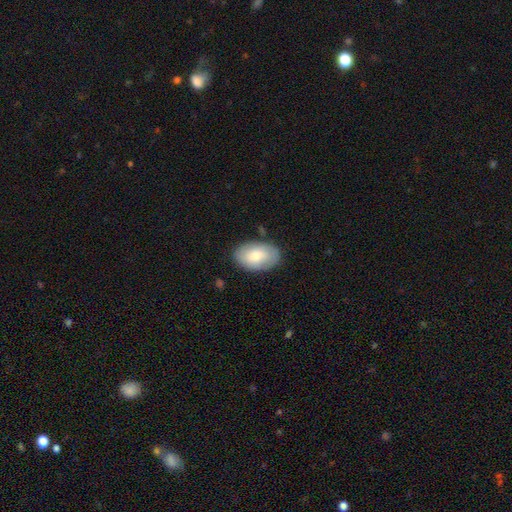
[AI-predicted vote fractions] Smooth or featured?
  - smooth: 67% *
  - featured or disk: 27%
  - star or artifact: 6%
How rounded?
  - in between: 89% *
  - round: 10%
  - cigar-shaped: 1%
Merging?
  - none: 82% *
  - minor disturbance: 13%
  - major disturbance: 3%
  - merger: 2%